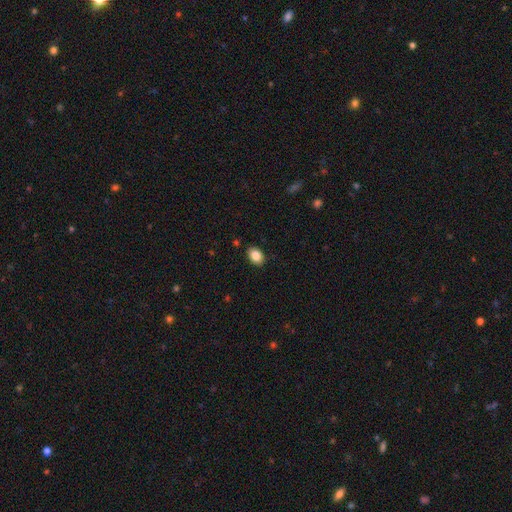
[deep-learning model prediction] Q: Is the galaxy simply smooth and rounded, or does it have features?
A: smooth — 86%.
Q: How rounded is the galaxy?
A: in between — 80%.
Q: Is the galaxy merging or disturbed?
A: none — 89%.